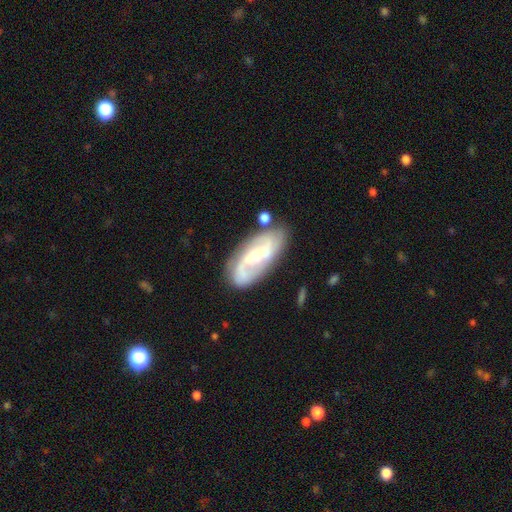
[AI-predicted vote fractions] This is likely a featured or disk galaxy (78%). It is clearly not viewed edge-on (94%). Bar: possibly no (46%). Spiral arm pattern: clearly yes (92%). Spiral arm count: likely 2 (68%). Spiral winding: marginally medium (44%). Central bulge: possibly small (55%). Merging: likely none (71%).